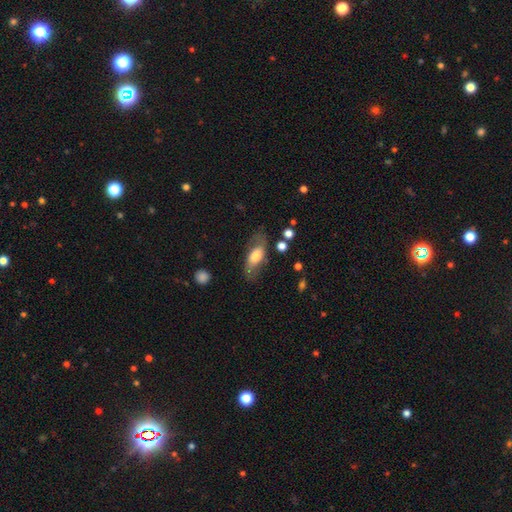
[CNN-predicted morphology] Smooth or featured? Predicted: smooth (p=0.54). How rounded? Predicted: in between (p=0.78). Merging? Predicted: none (p=0.65).